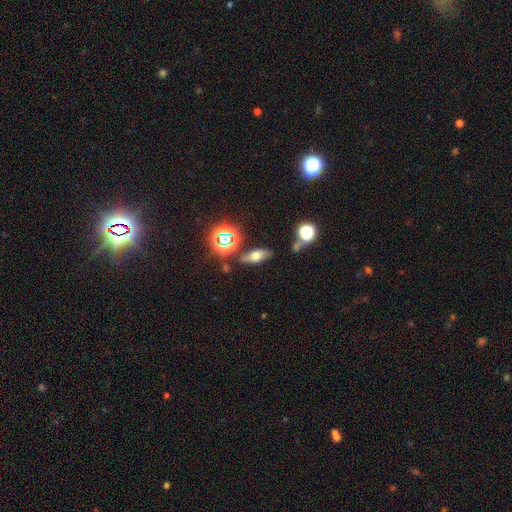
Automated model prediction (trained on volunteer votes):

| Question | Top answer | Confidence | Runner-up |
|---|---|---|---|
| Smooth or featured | smooth | 53% | featured or disk (27%) |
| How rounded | in between | 65% | cigar-shaped (27%) |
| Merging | none | 78% | minor disturbance (13%) |